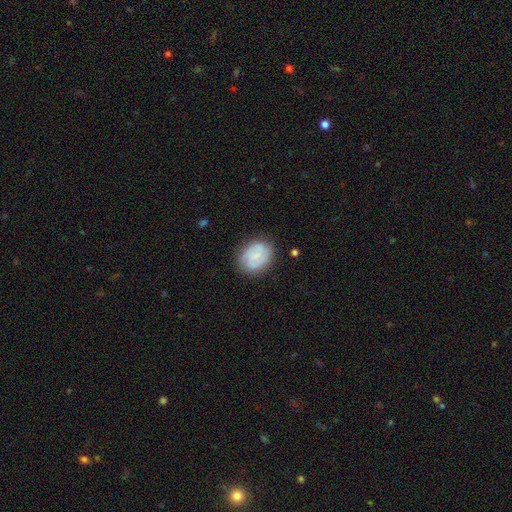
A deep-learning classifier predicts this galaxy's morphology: Smooth or featured?
  - smooth: 46% * (tied)
  - featured or disk: 46% * (tied)
  - star or artifact: 8%
Merging?
  - none: 77% *
  - minor disturbance: 16%
  - major disturbance: 5%
  - merger: 2%